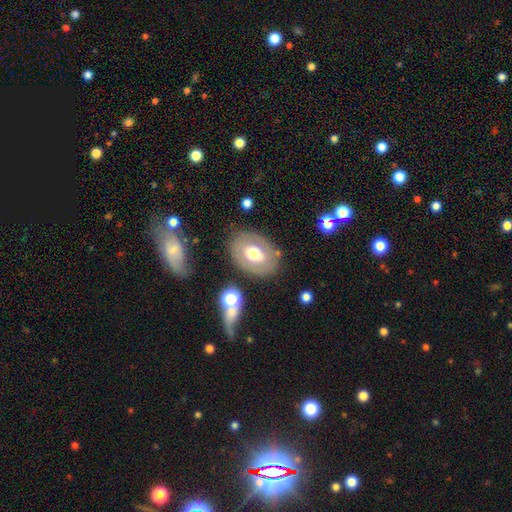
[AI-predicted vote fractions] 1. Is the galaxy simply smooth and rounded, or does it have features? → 45% featured or disk, 43% smooth, 12% star or artifact.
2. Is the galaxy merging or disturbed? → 76% none, 13% minor disturbance, 5% merger, 5% major disturbance.